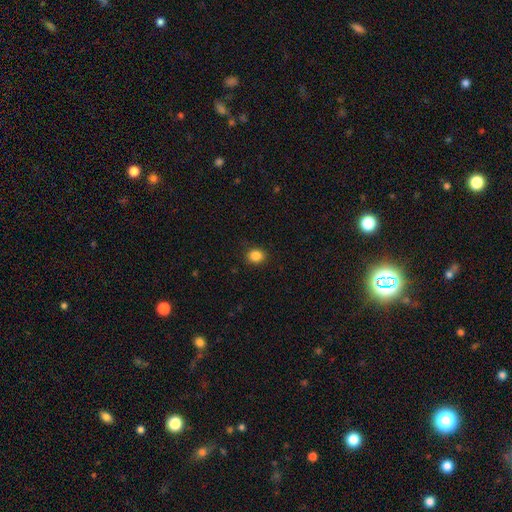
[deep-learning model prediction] smooth-or-featured: smooth: 86% | star or artifact: 11% | featured or disk: 4%
  how-rounded: round: 65% | in between: 34% | cigar-shaped: 1%
  merging: none: 88% | minor disturbance: 8% | major disturbance: 2% | merger: 1%